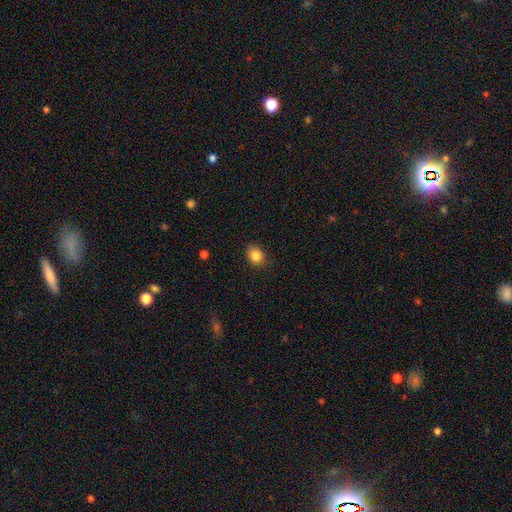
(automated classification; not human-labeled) The model was most divided on "how rounded": round: 53%, in between: 46%, cigar-shaped: 1%. More confident: smooth or featured — smooth (85%); merging — none (84%).